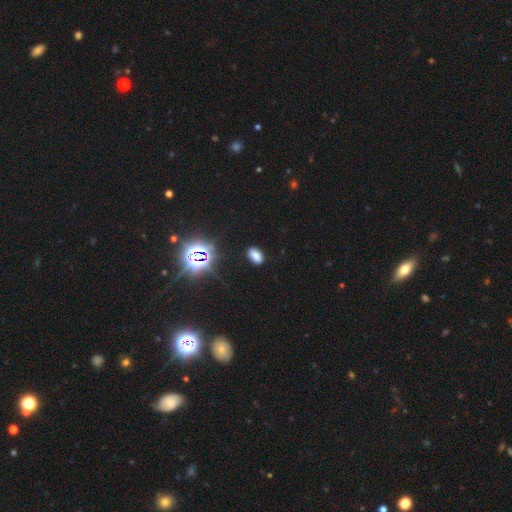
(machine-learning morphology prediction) smooth-or-featured: smooth: 70% | star or artifact: 24% | featured or disk: 6%
  how-rounded: in between: 91% | round: 6% | cigar-shaped: 3%
  merging: none: 85% | minor disturbance: 11% | major disturbance: 3% | merger: 2%